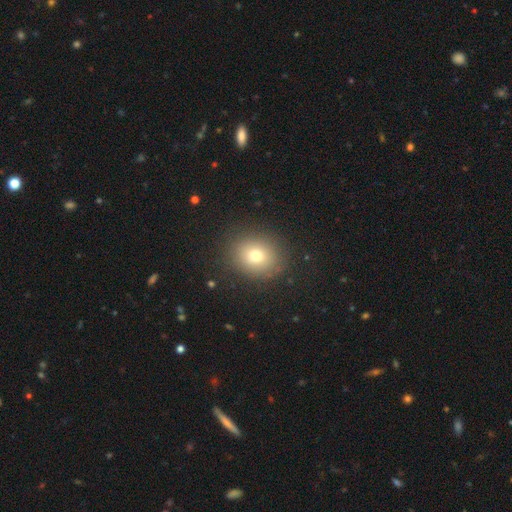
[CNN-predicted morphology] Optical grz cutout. It shows a smooth galaxy with no disk features (74%) that is round (71%). Merging: none (87%).